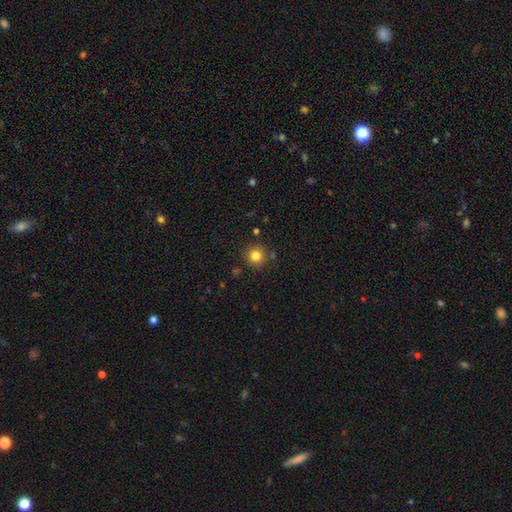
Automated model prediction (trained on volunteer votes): smooth-or-featured: smooth: 82% | star or artifact: 12% | featured or disk: 6%
  how-rounded: round: 93% | in between: 6% | cigar-shaped: 1%
  merging: none: 85% | minor disturbance: 8% | merger: 4% | major disturbance: 3%